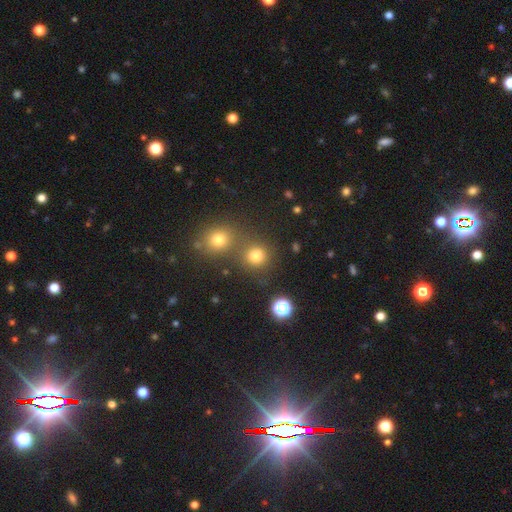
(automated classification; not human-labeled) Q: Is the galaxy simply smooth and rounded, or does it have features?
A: smooth — 76%.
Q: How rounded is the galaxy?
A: round — 87%.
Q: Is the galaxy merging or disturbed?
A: none — 64%.